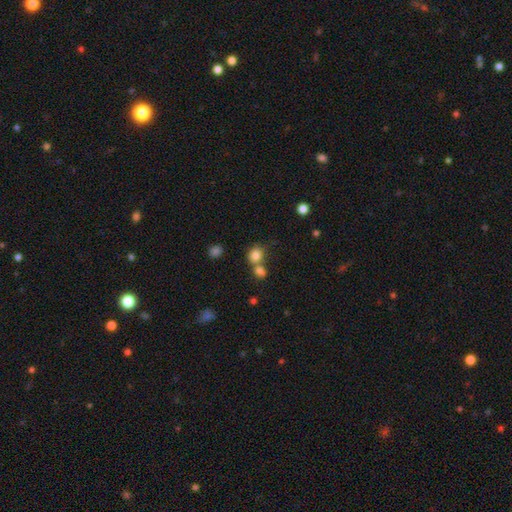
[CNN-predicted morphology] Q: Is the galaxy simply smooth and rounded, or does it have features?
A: smooth — 81%.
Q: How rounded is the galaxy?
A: round — 69%.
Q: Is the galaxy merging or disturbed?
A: none — 49%.